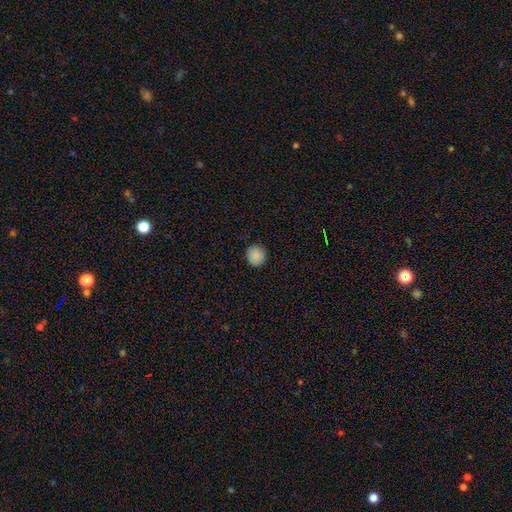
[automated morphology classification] Smooth or featured?
  - smooth: 89% *
  - star or artifact: 9%
  - featured or disk: 3%
How rounded?
  - round: 92% *
  - in between: 7%
  - cigar-shaped: 1%
Merging?
  - none: 92% *
  - minor disturbance: 6%
  - major disturbance: 2%
  - merger: 1%